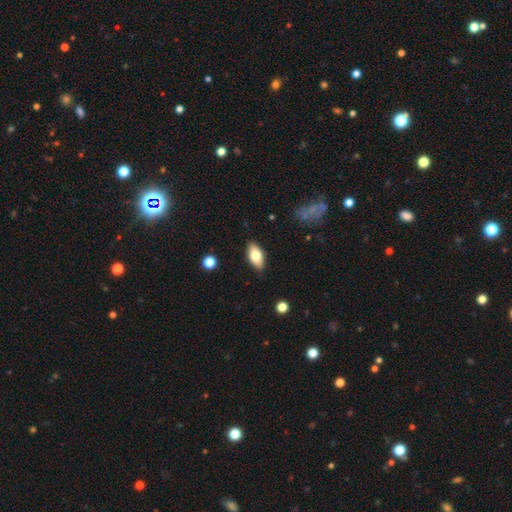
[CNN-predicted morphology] smooth_or_featured: smooth (p=0.75) [alt: featured or disk p=0.19]
how_rounded: in between (p=0.89) [alt: cigar-shaped p=0.08]
merging: none (p=0.87) [alt: minor disturbance p=0.10]